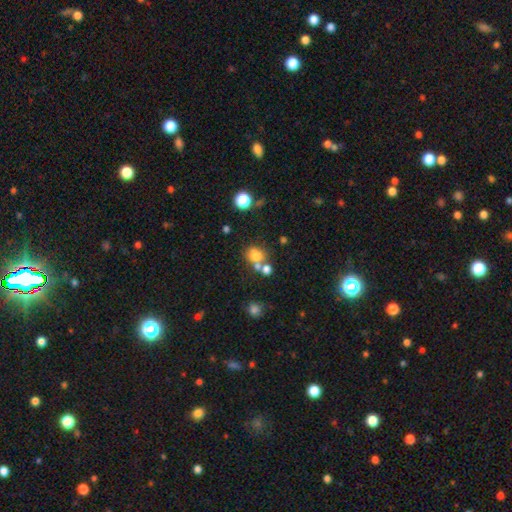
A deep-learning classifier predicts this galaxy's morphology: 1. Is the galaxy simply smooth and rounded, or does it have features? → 72% smooth, 17% star or artifact, 11% featured or disk.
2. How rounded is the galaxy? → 64% round, 35% in between, 1% cigar-shaped.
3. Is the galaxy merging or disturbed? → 49% none, 33% merger, 12% minor disturbance, 6% major disturbance.